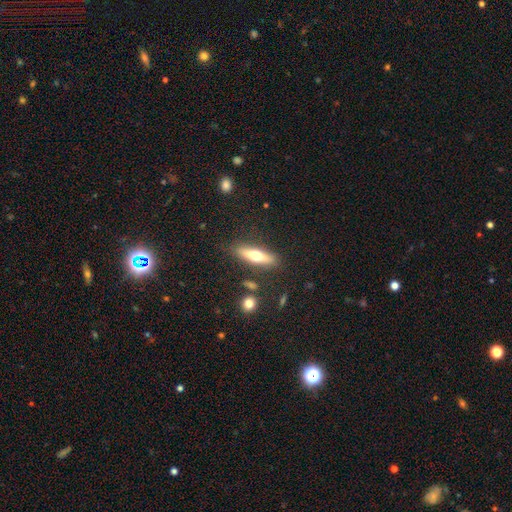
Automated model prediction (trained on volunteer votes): smooth 52%, featured or disk 41%, star or artifact 6%. Down the decision tree: how rounded — cigar-shaped (69%); merging — none (83%).